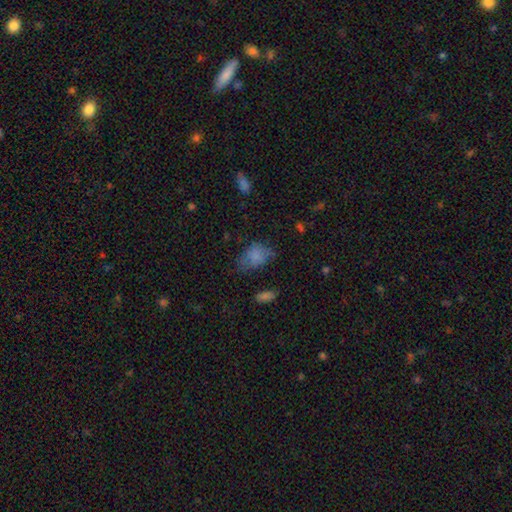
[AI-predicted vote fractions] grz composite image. It shows a smooth galaxy with no disk features (75%) that is in between round and cigar-shaped (79%). Merging: none (44%).